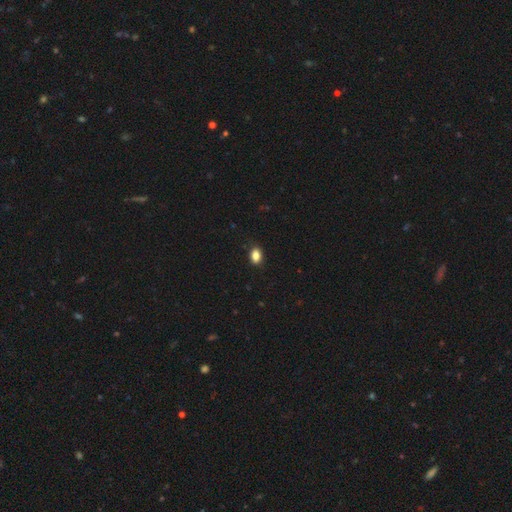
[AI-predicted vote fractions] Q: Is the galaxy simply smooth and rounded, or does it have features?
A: smooth — 86%.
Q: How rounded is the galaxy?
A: in between — 81%.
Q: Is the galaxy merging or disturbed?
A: none — 86%.